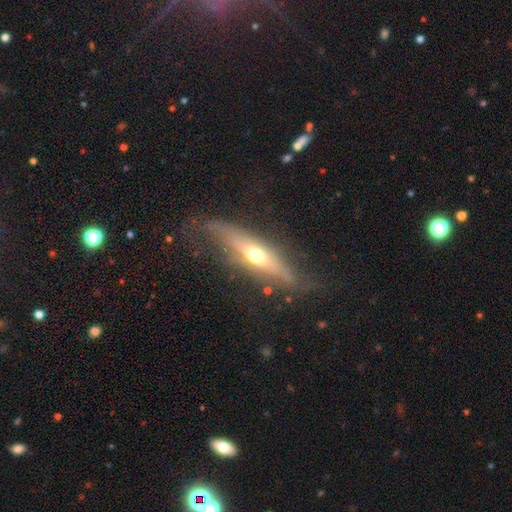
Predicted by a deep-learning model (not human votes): smooth-or-featured: featured or disk: 63% | smooth: 30% | star or artifact: 6%
  disk-edge-on: yes: 67% | no: 33%
  merging: none: 63% | minor disturbance: 22% | major disturbance: 13% | merger: 2%